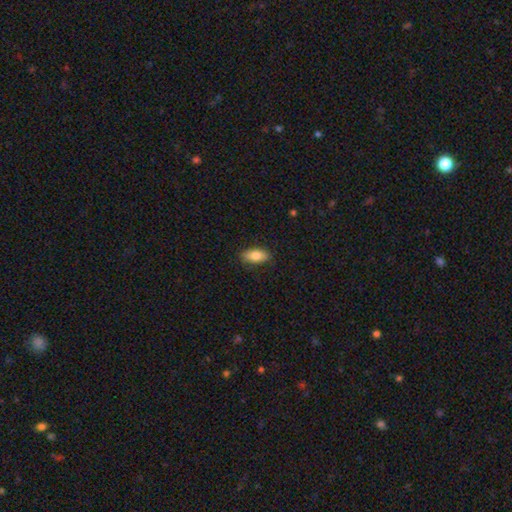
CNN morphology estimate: Smooth or featured: smooth — 79% (featured or disk — 14%)
How rounded: in between — 86% (cigar-shaped — 11%)
Merging: none — 83% (minor disturbance — 13%)